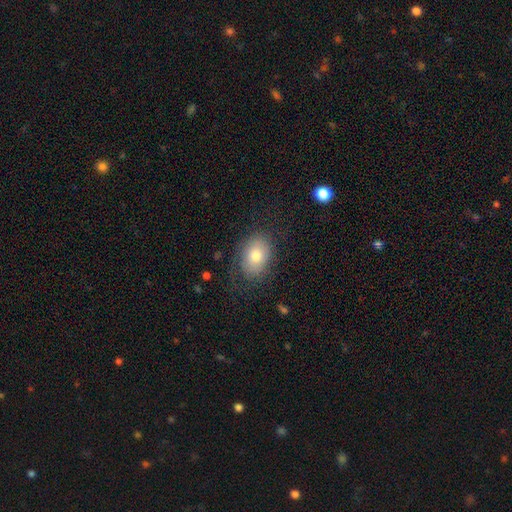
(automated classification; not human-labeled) Q: Smooth or featured?
A: smooth (73%); runner-up: featured or disk (19%)
Q: How rounded?
A: in between (77%); runner-up: round (22%)
Q: Merging?
A: none (71%); runner-up: minor disturbance (18%)